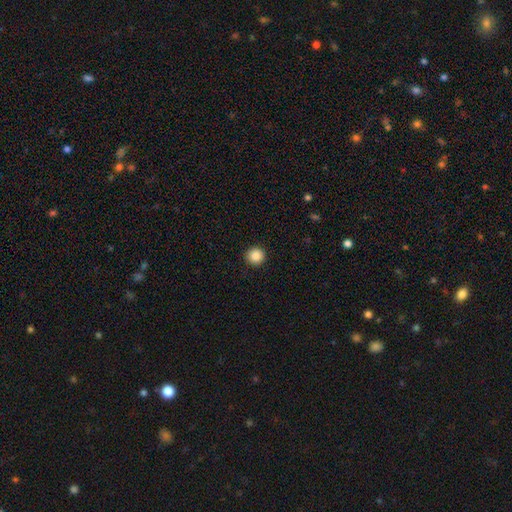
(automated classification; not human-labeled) A smooth galaxy with no disk features (88%) that is round (95%). Merging: none (93%).